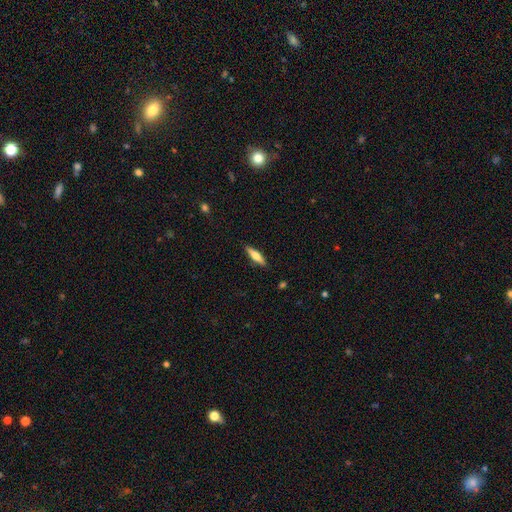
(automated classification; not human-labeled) Morphology: type=smooth (55%); roundness=cigar-shaped (70%); merging=none (89%).